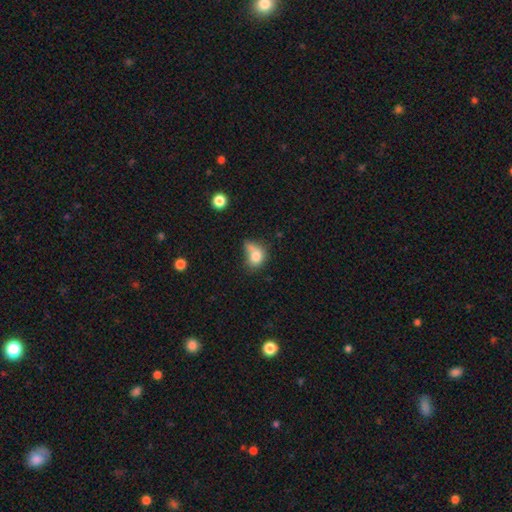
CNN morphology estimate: A smooth galaxy with no disk features (76%) that is in between round and cigar-shaped (57%). Merging: none (27%, tied with merger).